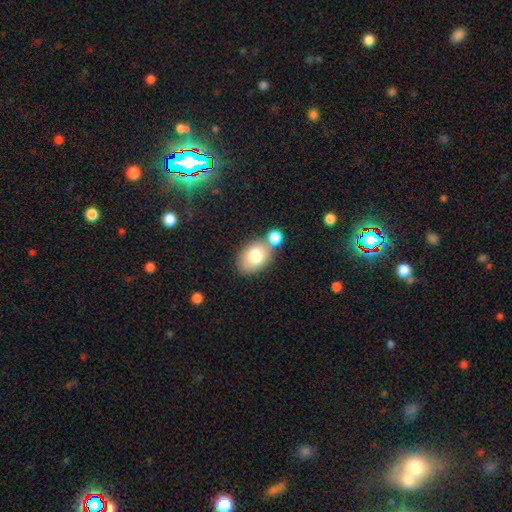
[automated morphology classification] Smooth or featured? smooth (78%)
How rounded? in between (84%)
Merging? none (61%)